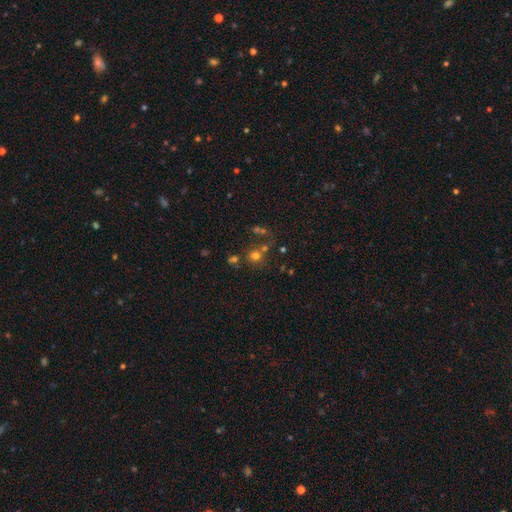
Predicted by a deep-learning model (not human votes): A smooth galaxy with no disk features (67%) that is round (84%).

Vote fractions:
- Smooth or featured? smooth: 67% / star or artifact: 22% / featured or disk: 11%
- How rounded? round: 84% / in between: 15% / cigar-shaped: 1%
- Merging? none: 61% / merger: 24% / minor disturbance: 9% / major disturbance: 6%